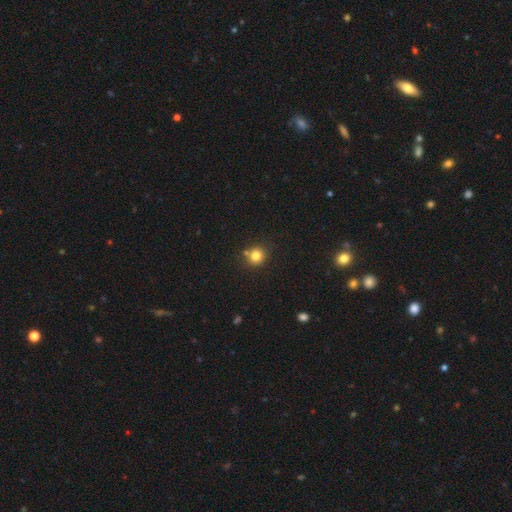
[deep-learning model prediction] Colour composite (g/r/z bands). It shows a smooth galaxy with no disk features (81%) that is round (88%). Merging: none (73%).